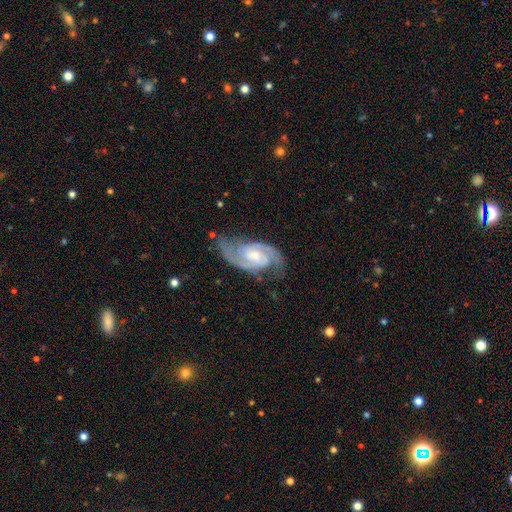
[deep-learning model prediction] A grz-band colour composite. It shows a featured or disk galaxy (90%) with a weak bar (48%), 2 (91%) medium (53%) spiral arms (98%) and a moderate central bulge (47%). Merging: none (73%).